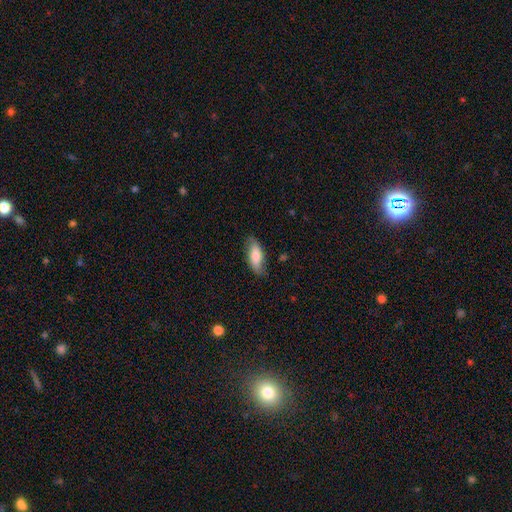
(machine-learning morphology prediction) smooth_or_featured: smooth (p=0.69) [alt: featured or disk p=0.24]
how_rounded: in between (p=0.73) [alt: cigar-shaped p=0.24]
merging: none (p=0.75) [alt: minor disturbance p=0.19]